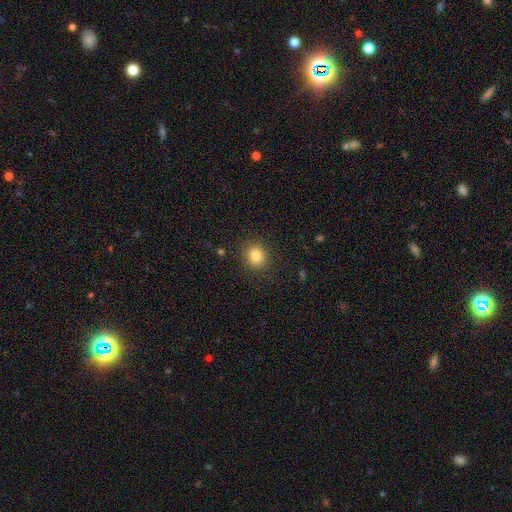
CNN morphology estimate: Overall: smooth (83%). How rounded: round (79%). Merging: none (89%).